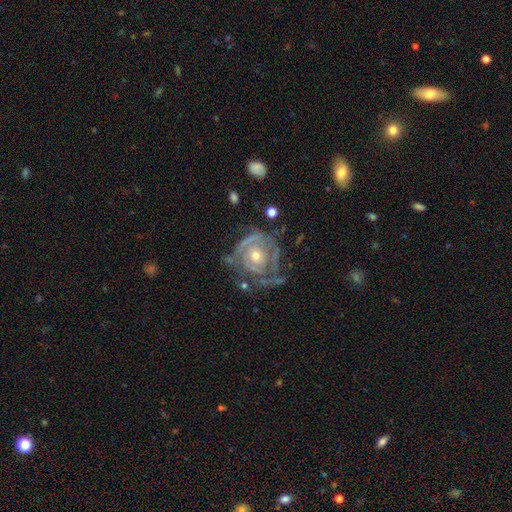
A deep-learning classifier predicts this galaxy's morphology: The model was most divided on "spiral arm count": can't tell: 40%, 2: 27%, 3: 15%, 1: 9%, 4: 5%, more than 4: 4%. More confident: edge-on disk — no (97%); smooth or featured — featured or disk (83%); spiral arms — yes (81%); bar — no (80%); spiral winding — tight (68%); bulge size — moderate (60%); merging — none (53%).